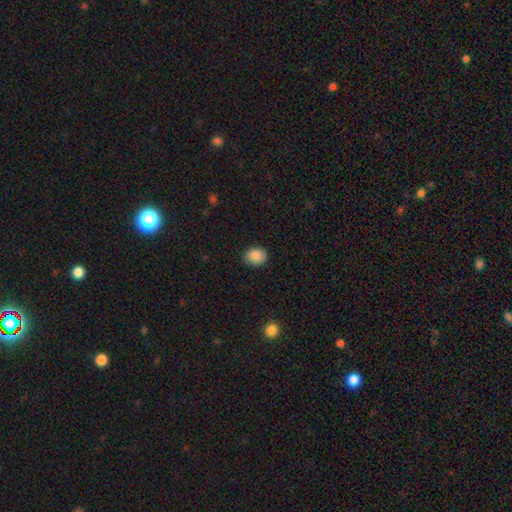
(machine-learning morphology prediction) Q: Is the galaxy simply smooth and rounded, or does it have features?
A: smooth — 88%.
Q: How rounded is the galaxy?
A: round — 53%.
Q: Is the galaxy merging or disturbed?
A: none — 85%.